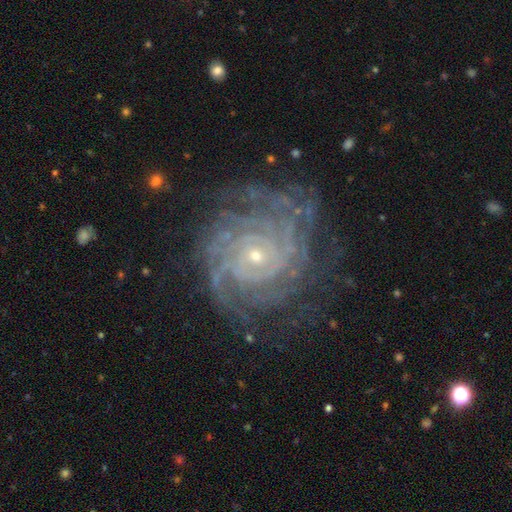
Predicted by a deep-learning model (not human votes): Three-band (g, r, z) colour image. It shows a featured or disk galaxy (89%) with no bar (76%), tight (82%) spiral arms (98%) and a small central bulge (78%). Merging: none (75%).